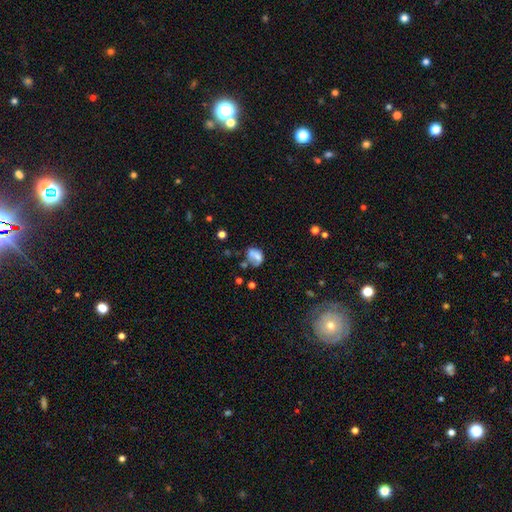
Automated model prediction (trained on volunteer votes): Smooth or featured? smooth (59%)
How rounded? in between (63%)
Merging? none (30%)